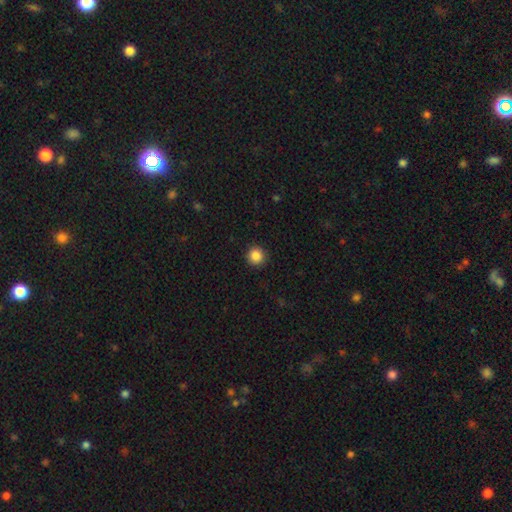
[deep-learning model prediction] Smooth or featured? Predicted: smooth (p=0.87). How rounded? Predicted: round (p=0.94). Merging? Predicted: none (p=0.92).